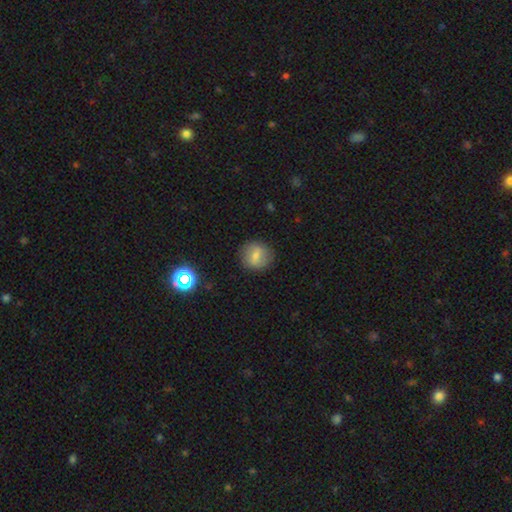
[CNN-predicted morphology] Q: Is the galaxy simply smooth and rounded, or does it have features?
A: smooth — 68%.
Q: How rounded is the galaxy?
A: round — 86%.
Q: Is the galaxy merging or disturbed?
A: none — 87%.